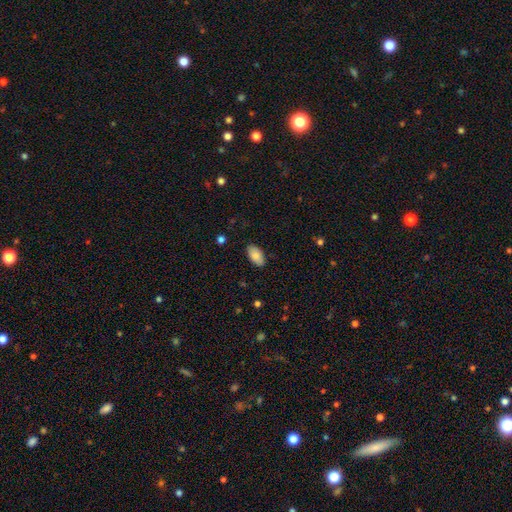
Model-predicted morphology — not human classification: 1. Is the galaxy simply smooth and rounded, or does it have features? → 85% smooth, 9% featured or disk, 6% star or artifact.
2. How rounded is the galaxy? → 95% in between, 3% round, 2% cigar-shaped.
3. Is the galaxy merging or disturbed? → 87% none, 10% minor disturbance, 2% major disturbance, 1% merger.